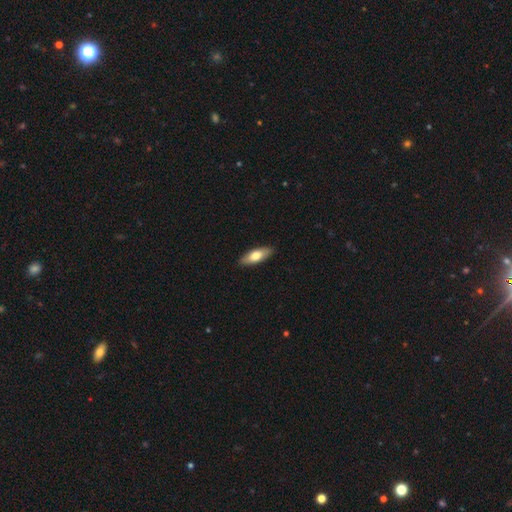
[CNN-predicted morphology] Smooth or featured? smooth (71%)
How rounded? in between (65%)
Merging? none (89%)